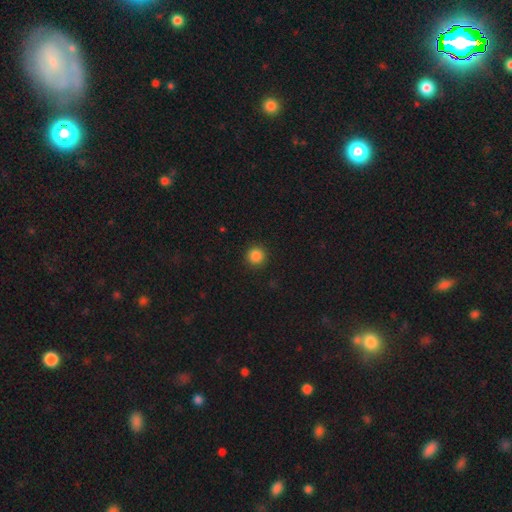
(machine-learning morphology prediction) Smooth or featured?
  - smooth: 86% *
  - star or artifact: 11%
  - featured or disk: 3%
How rounded?
  - round: 95% *
  - in between: 4%
  - cigar-shaped: 1%
Merging?
  - none: 92% *
  - minor disturbance: 5%
  - major disturbance: 2%
  - merger: 1%